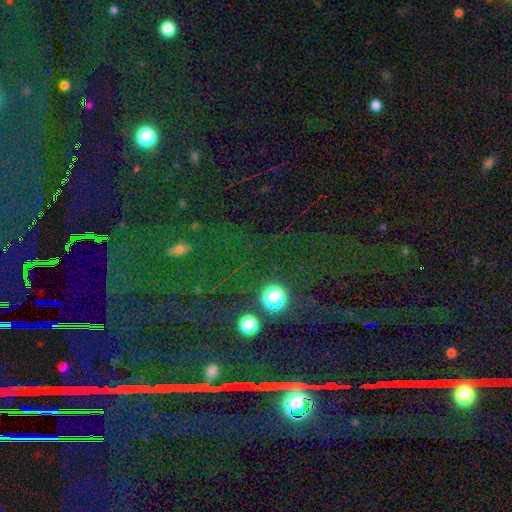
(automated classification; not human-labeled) Smooth or featured? Predicted: star or artifact (p=0.80).